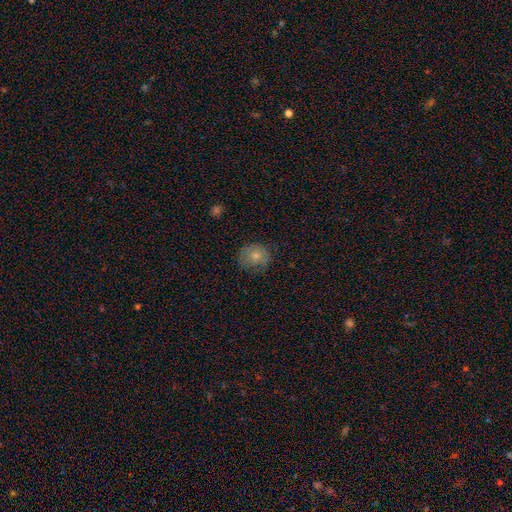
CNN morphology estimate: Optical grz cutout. It shows a smooth galaxy with no disk features (77%) that is round (76%). Merging: none (72%).